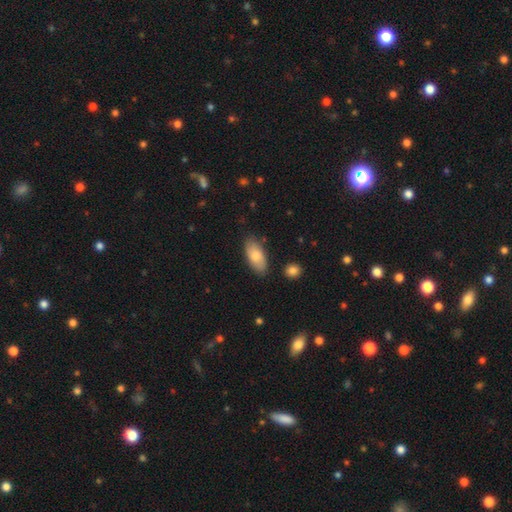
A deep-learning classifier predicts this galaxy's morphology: A smooth galaxy with no disk features (79%) that is in between round and cigar-shaped (90%). Merging: none (81%).